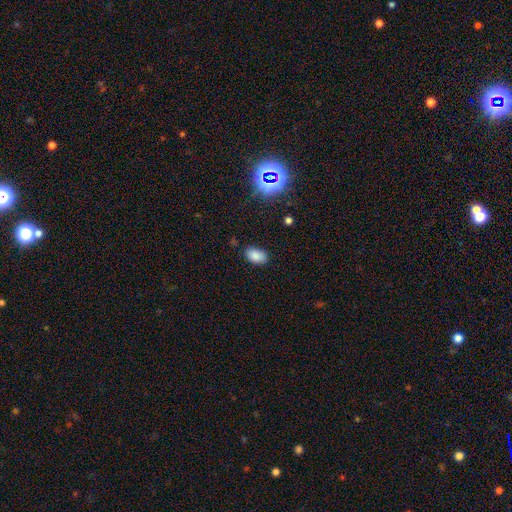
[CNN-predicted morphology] A smooth galaxy with no disk features (84%) that is in between round and cigar-shaped (92%).

Vote fractions:
- Smooth or featured? smooth: 84% / star or artifact: 11% / featured or disk: 5%
- How rounded? in between: 92% / round: 7% / cigar-shaped: 1%
- Merging? none: 84% / minor disturbance: 12% / major disturbance: 3% / merger: 2%